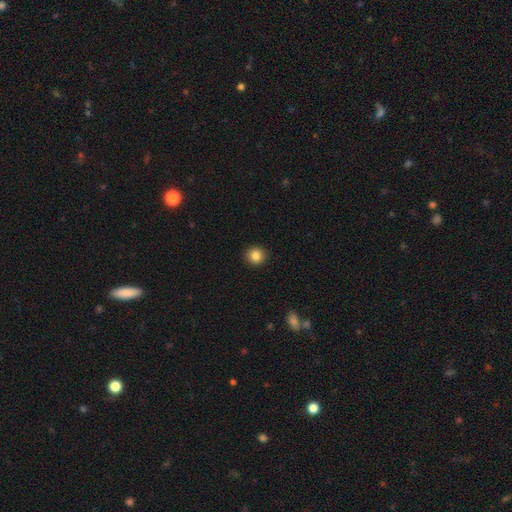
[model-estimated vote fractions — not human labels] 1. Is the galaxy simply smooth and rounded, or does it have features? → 85% smooth, 10% star or artifact, 5% featured or disk.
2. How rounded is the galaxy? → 91% round, 8% in between, 1% cigar-shaped.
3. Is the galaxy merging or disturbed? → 93% none, 5% minor disturbance, 2% major disturbance, 1% merger.